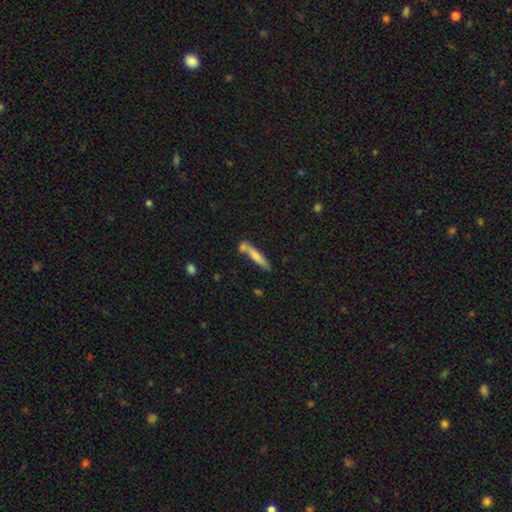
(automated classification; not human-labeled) smooth 69%, featured or disk 25%, star or artifact 7%. Down the decision tree: how rounded — cigar-shaped (90%); merging — none (61%).